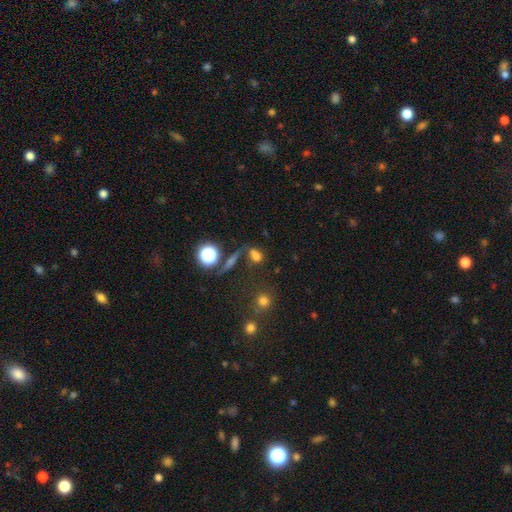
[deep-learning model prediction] This appears to be a smooth galaxy with no disk features (67%) that is in between round and cigar-shaped (61%). Merging: none (58%).